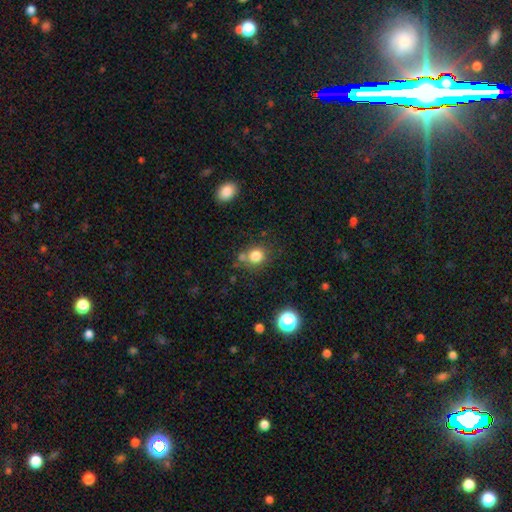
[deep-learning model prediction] Smooth or featured?
  - smooth: 81% *
  - star or artifact: 12%
  - featured or disk: 7%
How rounded?
  - round: 82% *
  - in between: 17%
  - cigar-shaped: 1%
Merging?
  - none: 66% *
  - merger: 17%
  - minor disturbance: 13%
  - major disturbance: 5%